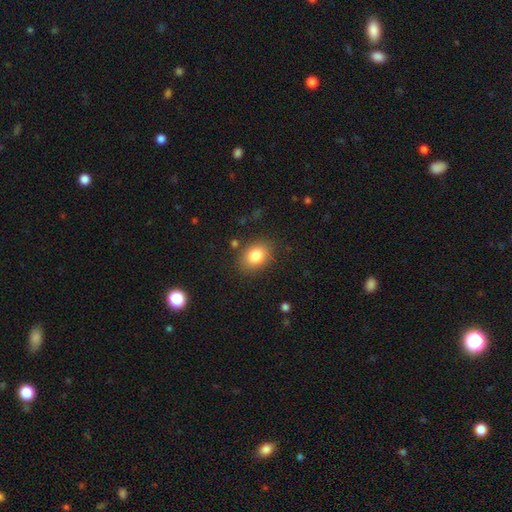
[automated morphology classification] A smooth galaxy with no disk features (83%) that is in between round and cigar-shaped (65%).

Vote fractions:
- Smooth or featured? smooth: 83% / star or artifact: 9% / featured or disk: 8%
- How rounded? in between: 65% / round: 34% / cigar-shaped: 1%
- Merging? none: 82% / minor disturbance: 12% / major disturbance: 4% / merger: 2%